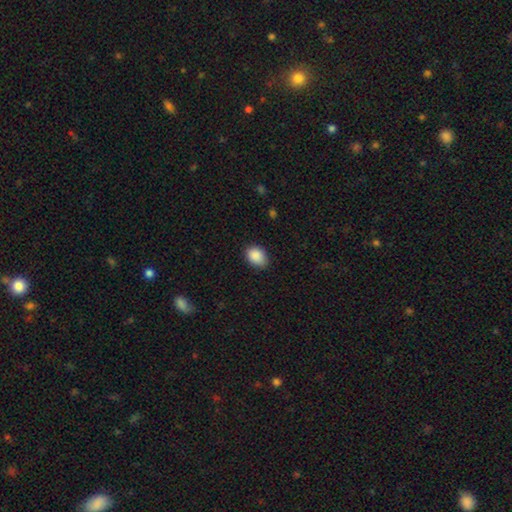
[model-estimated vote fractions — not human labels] Smooth or featured: smooth — 89% (star or artifact — 8%)
How rounded: in between — 74% (round — 25%)
Merging: none — 80% (minor disturbance — 16%)